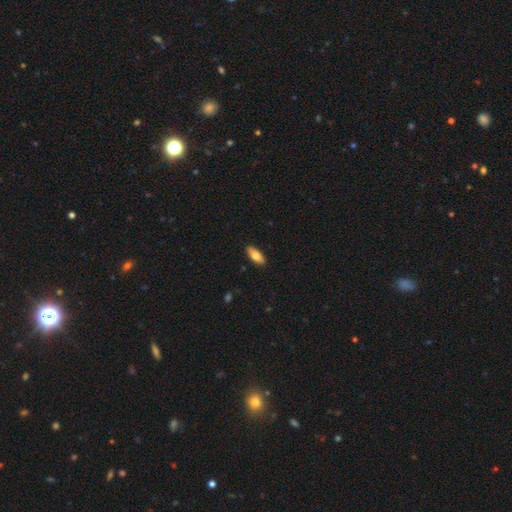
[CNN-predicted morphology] This is likely a smooth galaxy (76%). How rounded: likely in between (80%). Merging: clearly none (89%).